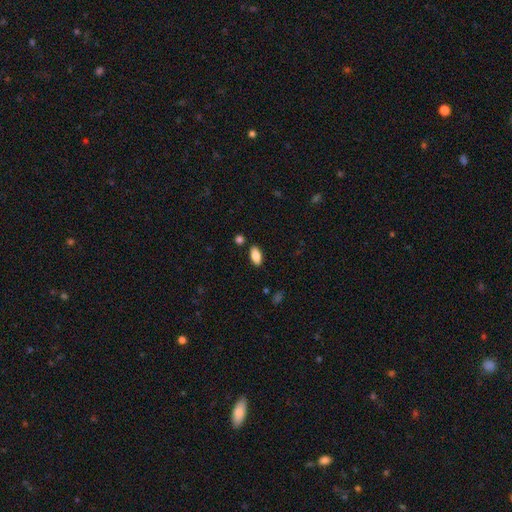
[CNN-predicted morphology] Overall: smooth (83%). How rounded: in between (90%). Merging: none (86%).